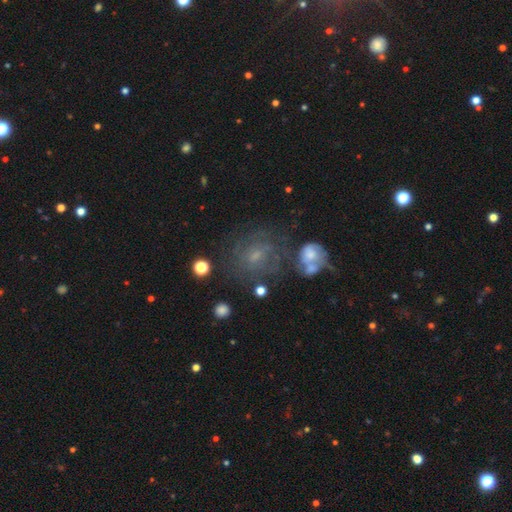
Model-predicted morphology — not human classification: featured or disk 49%, smooth 31%, star or artifact 20%. Down the decision tree: merging — none (61%).